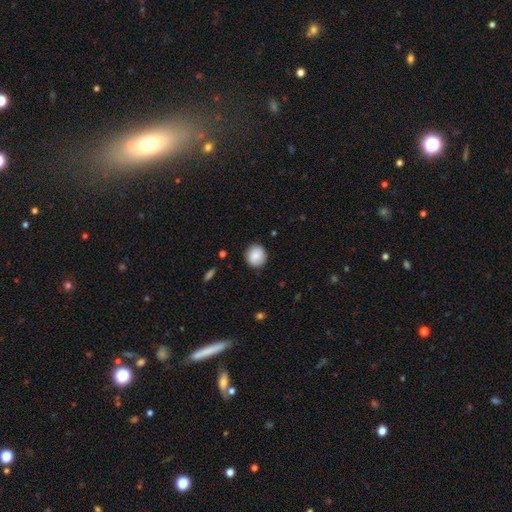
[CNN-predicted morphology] Smooth or featured? Predicted: smooth (p=0.86). How rounded? Predicted: round (p=0.90). Merging? Predicted: none (p=0.88).